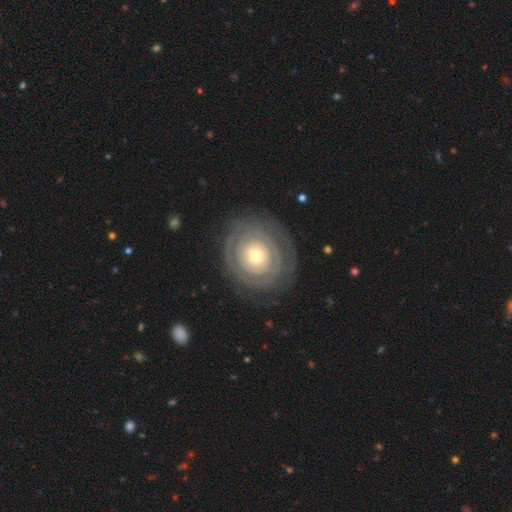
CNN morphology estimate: Smooth or featured? featured or disk (69%)
Edge-on disk? no (96%)
Bar? no (90%)
Spiral arms? yes (52%)
Bulge size? small (55%)
Merging? none (79%)